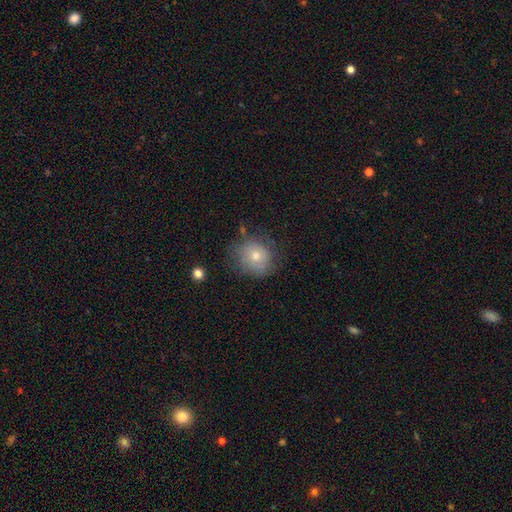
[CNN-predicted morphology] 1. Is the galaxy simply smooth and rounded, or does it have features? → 64% smooth, 27% featured or disk, 9% star or artifact.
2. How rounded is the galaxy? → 79% round, 20% in between, 1% cigar-shaped.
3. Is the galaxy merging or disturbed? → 65% none, 24% minor disturbance, 9% major disturbance, 2% merger.